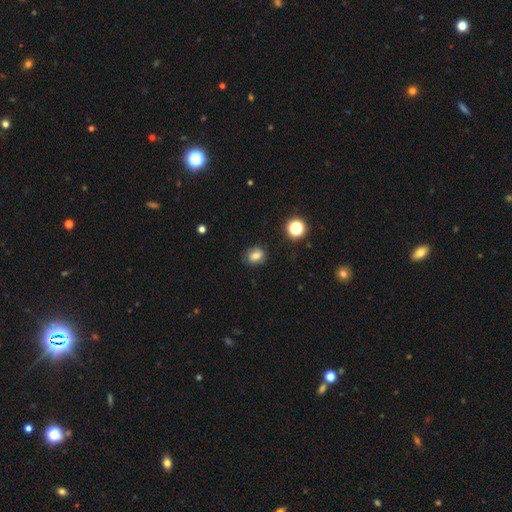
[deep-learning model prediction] The model was most divided on "how rounded": round: 55%, in between: 44%, cigar-shaped: 1%. More confident: merging — none (81%); smooth or featured — smooth (72%).